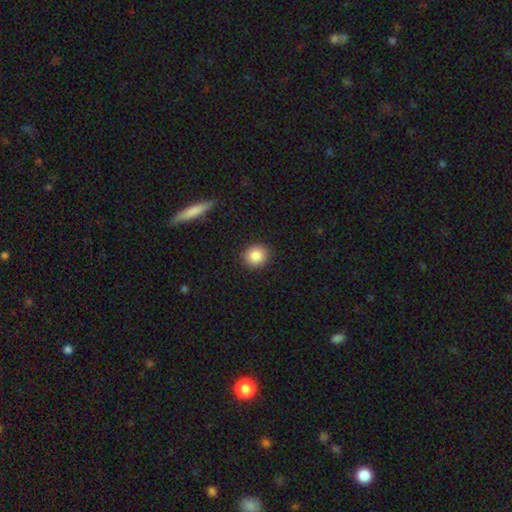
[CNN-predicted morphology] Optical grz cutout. It shows a smooth galaxy with no disk features (87%) that is round (85%). Merging: none (91%).